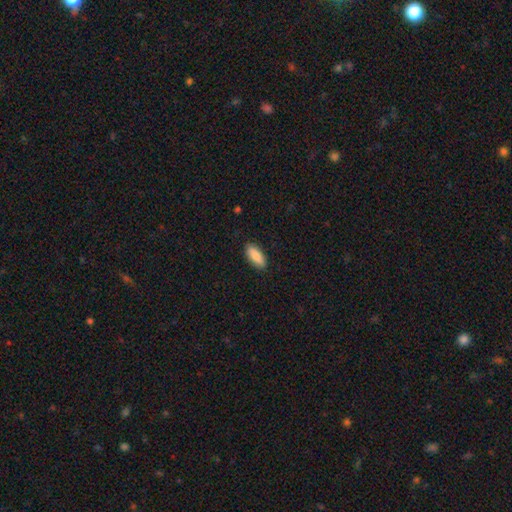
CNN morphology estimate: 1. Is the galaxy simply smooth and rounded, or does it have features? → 87% smooth, 7% featured or disk, 6% star or artifact.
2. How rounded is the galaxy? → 83% in between, 16% cigar-shaped, 2% round.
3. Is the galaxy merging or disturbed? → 88% none, 9% minor disturbance, 2% major disturbance, 1% merger.